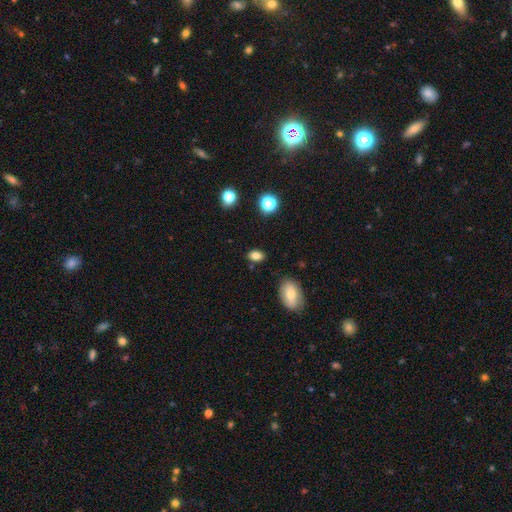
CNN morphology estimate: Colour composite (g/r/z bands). It shows a smooth galaxy with no disk features (83%) that is in between round and cigar-shaped (82%). Merging: none (84%).